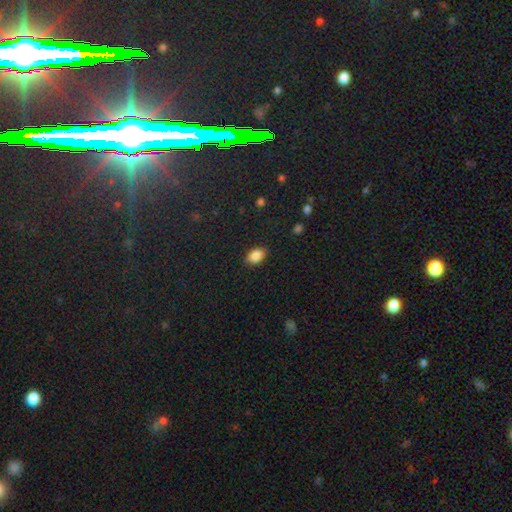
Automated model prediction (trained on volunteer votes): Q: Smooth or featured?
A: smooth (86%); runner-up: star or artifact (8%)
Q: How rounded?
A: in between (89%); runner-up: round (9%)
Q: Merging?
A: none (85%); runner-up: minor disturbance (11%)